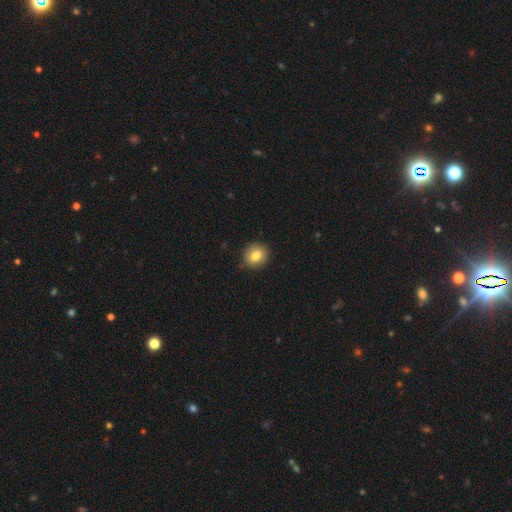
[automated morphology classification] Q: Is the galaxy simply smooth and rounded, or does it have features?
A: smooth — 79%.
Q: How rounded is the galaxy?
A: round — 81%.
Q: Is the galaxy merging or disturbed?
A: none — 88%.